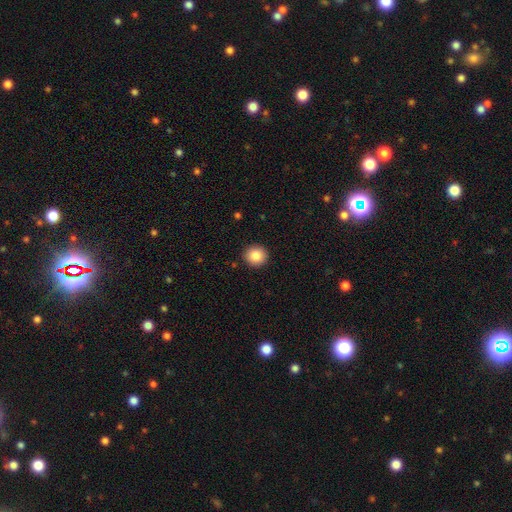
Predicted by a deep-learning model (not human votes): smooth 86%, star or artifact 9%, featured or disk 5%. Down the decision tree: how rounded — round (93%); merging — none (92%).